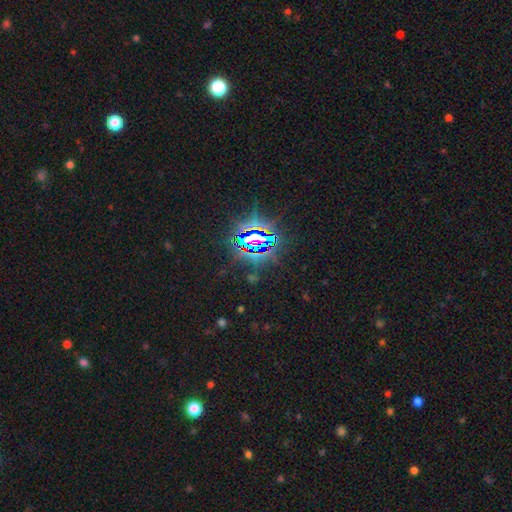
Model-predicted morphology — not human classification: A star or artifact, not a galaxy (83%).